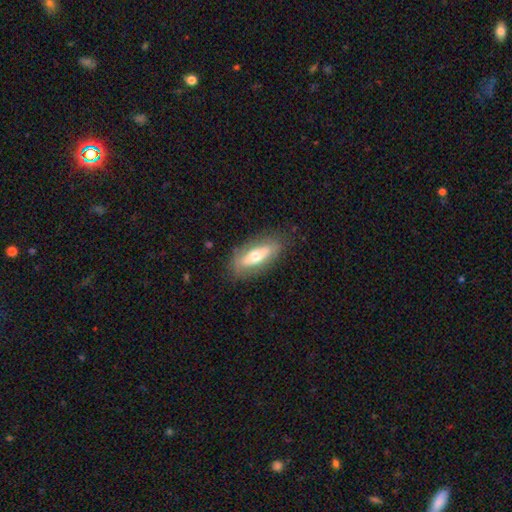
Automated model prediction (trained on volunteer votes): A smooth galaxy with no disk features (49%). Merging: none (80%).